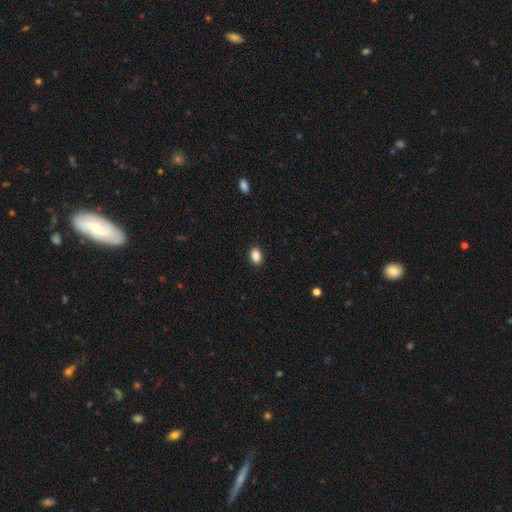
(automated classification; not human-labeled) A smooth galaxy with no disk features (88%) that is in between round and cigar-shaped (82%).

Vote fractions:
- Smooth or featured? smooth: 88% / star or artifact: 9% / featured or disk: 3%
- How rounded? in between: 82% / round: 17% / cigar-shaped: 1%
- Merging? none: 90% / minor disturbance: 7% / major disturbance: 2% / merger: 1%